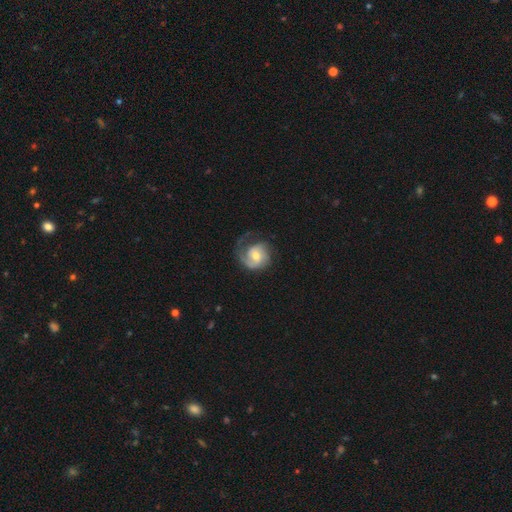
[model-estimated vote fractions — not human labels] This appears to be a featured or disk galaxy (72%) with no bar (58%), 1 (43%) medium (39%) spiral arms (92%) and a moderate central bulge (59%). Merging: none (53%).